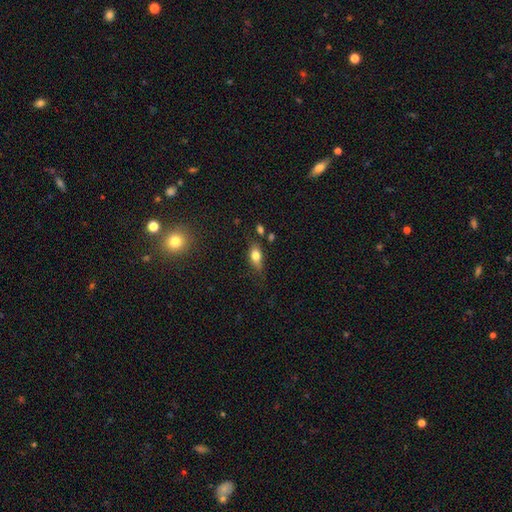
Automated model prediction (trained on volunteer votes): This is likely a smooth galaxy (74%). How rounded: likely in between (79%). Merging: likely none (66%).